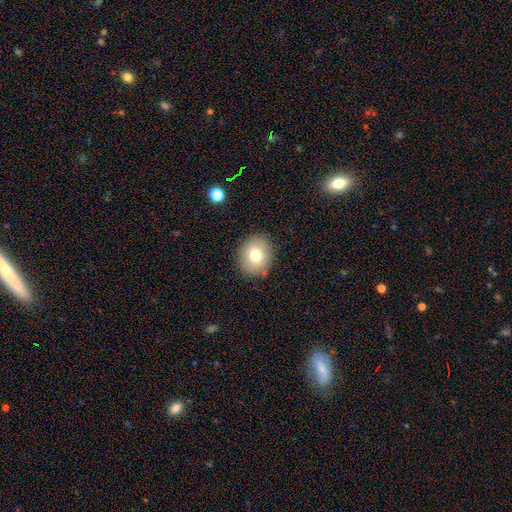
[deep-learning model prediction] Smooth or featured? Predicted: smooth (p=0.75). How rounded? Predicted: round (p=0.67). Merging? Predicted: none (p=0.88).